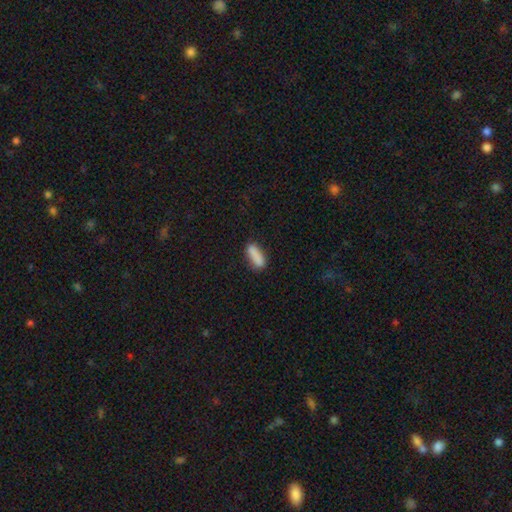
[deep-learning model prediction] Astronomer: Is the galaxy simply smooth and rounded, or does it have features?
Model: smooth — 87%.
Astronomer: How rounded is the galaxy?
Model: in between — 52% (runner-up: cigar-shaped, 45%).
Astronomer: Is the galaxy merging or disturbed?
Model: none — 80%.